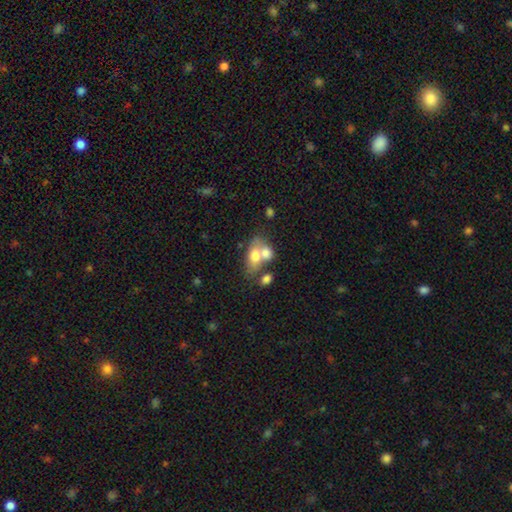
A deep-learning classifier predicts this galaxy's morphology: A smooth galaxy with no disk features (68%) that is in between round and cigar-shaped (79%).

Vote fractions:
- Smooth or featured? smooth: 68% / featured or disk: 24% / star or artifact: 8%
- How rounded? in between: 79% / round: 18% / cigar-shaped: 3%
- Merging? merger: 56% / none: 28% / minor disturbance: 10% / major disturbance: 6%